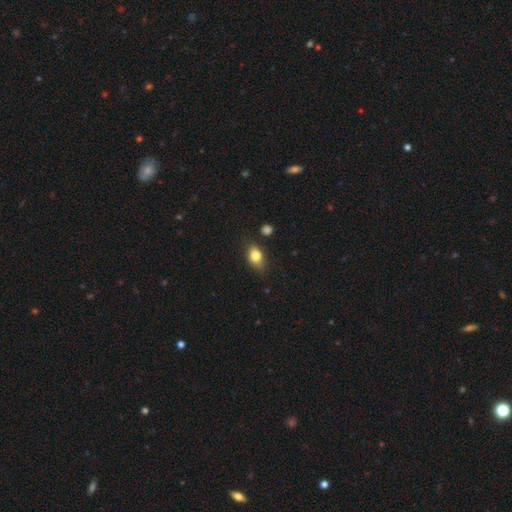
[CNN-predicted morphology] Overall: smooth (79%). How rounded: in between (76%). Merging: none (75%).